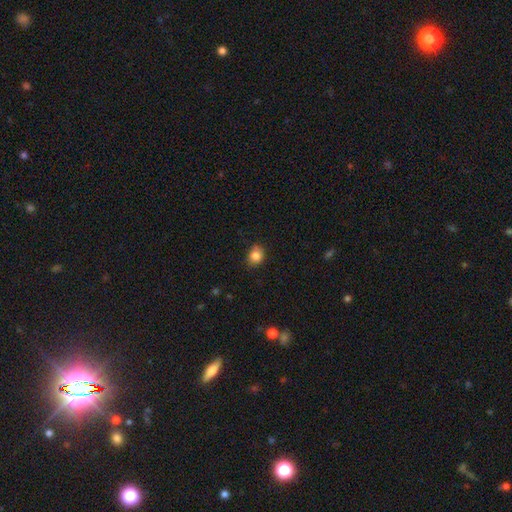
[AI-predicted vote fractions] Morphology: type=smooth (84%); roundness=round (64%); merging=none (75%).